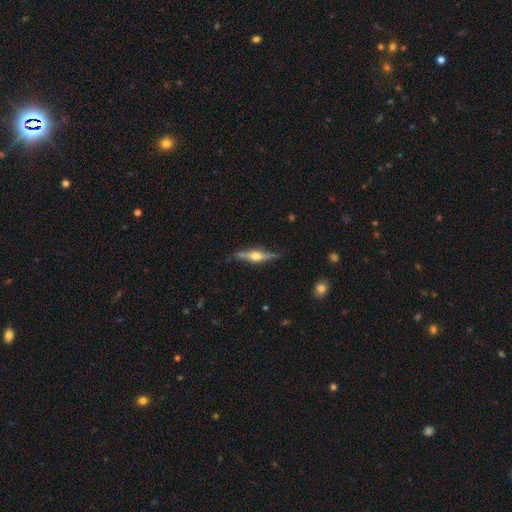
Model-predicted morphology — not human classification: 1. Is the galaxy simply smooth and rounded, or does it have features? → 76% featured or disk, 19% smooth, 5% star or artifact.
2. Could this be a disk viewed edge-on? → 97% yes, 3% no.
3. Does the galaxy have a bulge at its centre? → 94% rounded, 4% boxy, 2% none.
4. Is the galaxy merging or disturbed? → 82% none, 13% minor disturbance, 3% major disturbance, 2% merger.